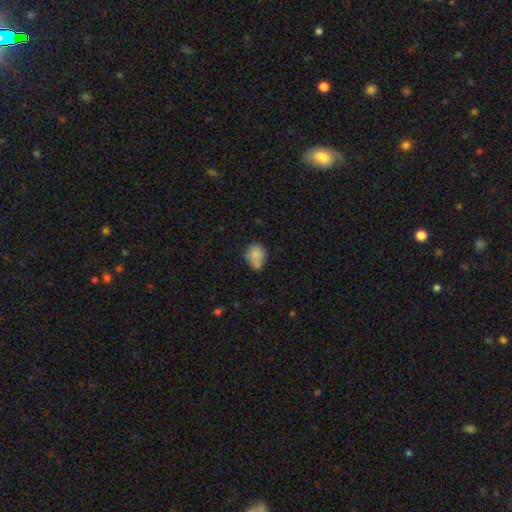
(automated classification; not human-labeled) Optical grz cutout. It shows a smooth galaxy with no disk features (80%) that is round (51%). Merging: none (44%).